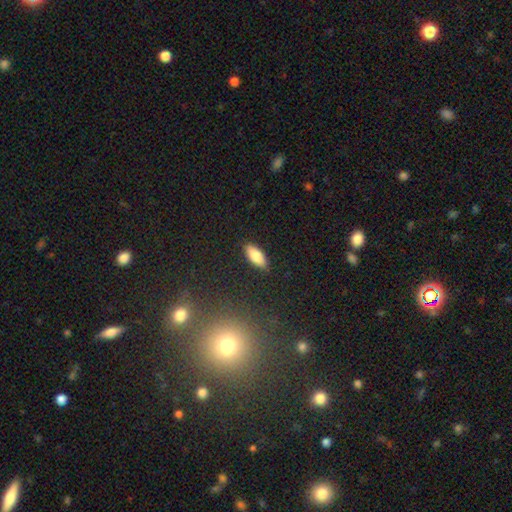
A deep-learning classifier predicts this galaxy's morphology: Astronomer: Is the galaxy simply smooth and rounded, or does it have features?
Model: smooth — 83%.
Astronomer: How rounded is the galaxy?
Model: in between — 81%.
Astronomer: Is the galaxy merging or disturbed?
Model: none — 89%.